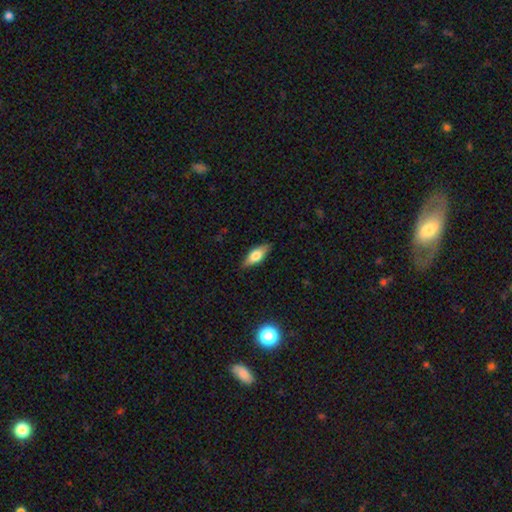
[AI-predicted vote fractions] Q: Smooth or featured?
A: smooth (56%); runner-up: featured or disk (37%)
Q: How rounded?
A: in between (65%); runner-up: cigar-shaped (32%)
Q: Merging?
A: none (86%); runner-up: minor disturbance (10%)